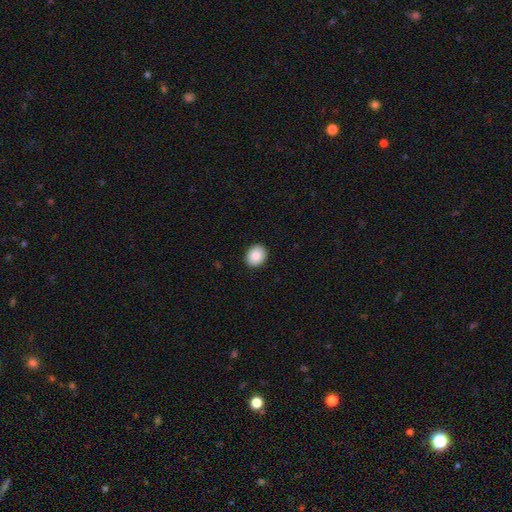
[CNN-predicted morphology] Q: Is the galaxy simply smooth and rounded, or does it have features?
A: smooth — 88%.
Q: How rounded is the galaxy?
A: round — 55%.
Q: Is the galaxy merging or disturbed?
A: none — 91%.